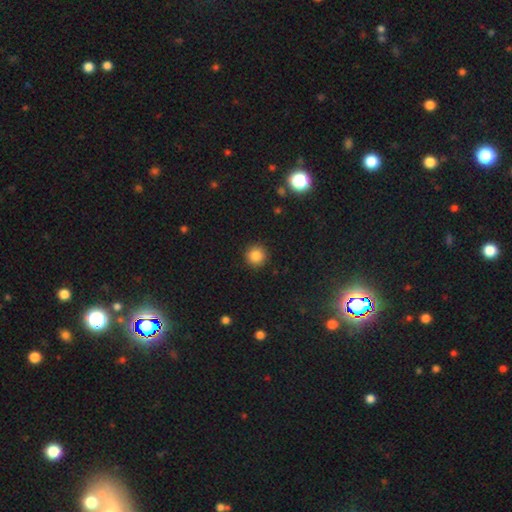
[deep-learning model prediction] The model was most divided on "smooth or featured": smooth: 84%, star or artifact: 11%, featured or disk: 5%. More confident: how rounded — round (95%); merging — none (92%).